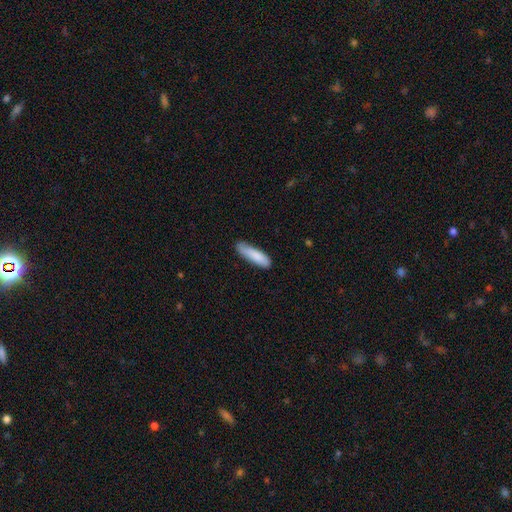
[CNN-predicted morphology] Smooth or featured?
  - smooth: 85% *
  - featured or disk: 9%
  - star or artifact: 5%
How rounded?
  - cigar-shaped: 68% *
  - in between: 30%
  - round: 1%
Merging?
  - none: 71% *
  - minor disturbance: 24%
  - major disturbance: 4%
  - merger: 2%